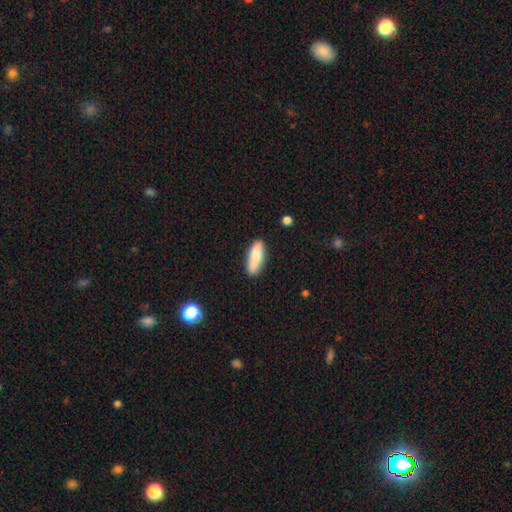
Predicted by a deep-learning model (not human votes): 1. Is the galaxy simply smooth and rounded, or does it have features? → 79% smooth, 14% featured or disk, 6% star or artifact.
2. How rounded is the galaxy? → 62% in between, 36% cigar-shaped, 2% round.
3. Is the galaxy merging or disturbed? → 76% none, 17% minor disturbance, 4% merger, 3% major disturbance.